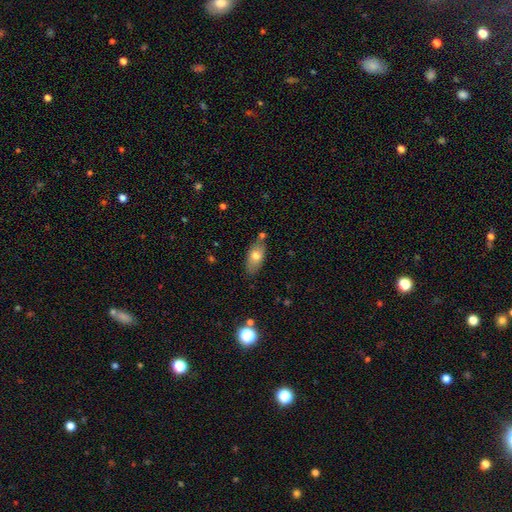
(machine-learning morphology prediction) Q: Smooth or featured?
A: smooth (73%); runner-up: featured or disk (20%)
Q: How rounded?
A: in between (87%); runner-up: cigar-shaped (10%)
Q: Merging?
A: none (72%); runner-up: minor disturbance (17%)